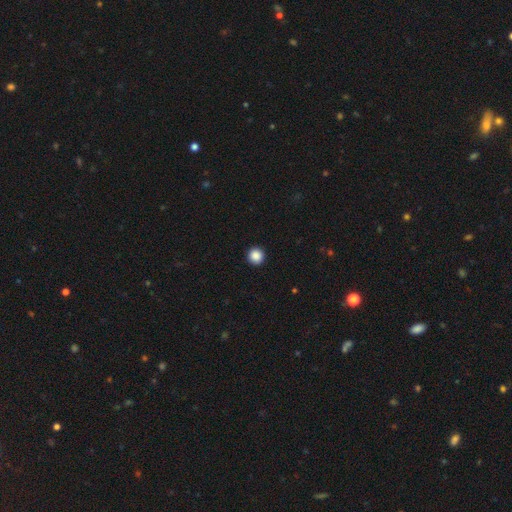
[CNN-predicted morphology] smooth 88%, star or artifact 9%, featured or disk 3%. Down the decision tree: how rounded — round (96%); merging — none (94%).